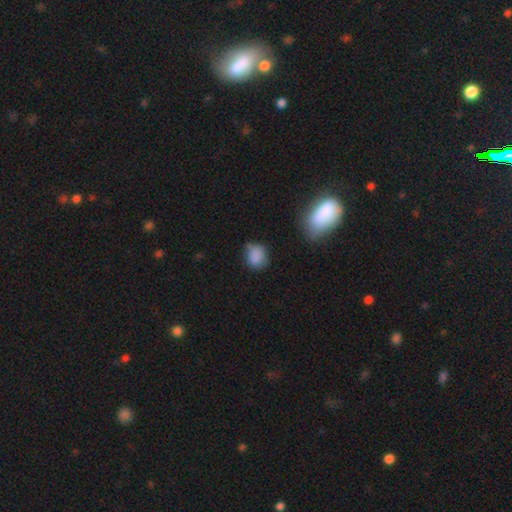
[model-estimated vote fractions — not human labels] smooth 83%, star or artifact 10%, featured or disk 7%. Down the decision tree: how rounded — round (55%); merging — none (63%).